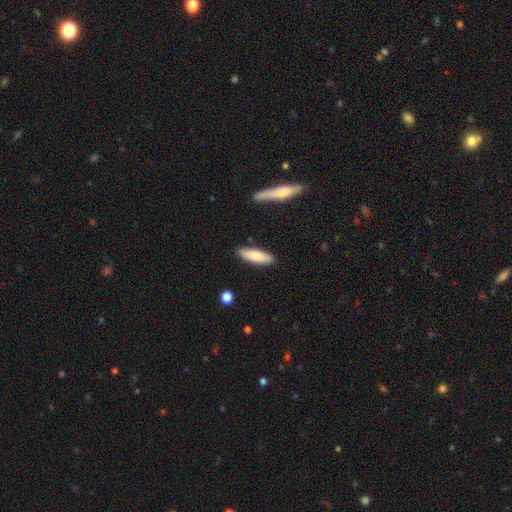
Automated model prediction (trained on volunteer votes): The model was most divided on "how rounded": cigar-shaped: 51%, in between: 48%, round: 2%. More confident: merging — none (86%); smooth or featured — smooth (80%).